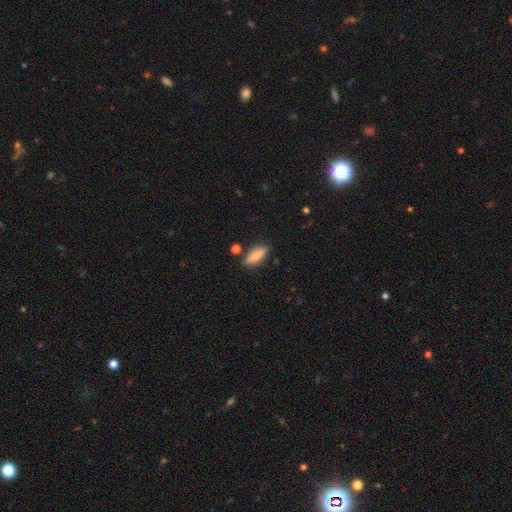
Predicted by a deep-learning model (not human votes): This appears to be a smooth galaxy with no disk features (80%) that is in between round and cigar-shaped (59%). Merging: none (82%).